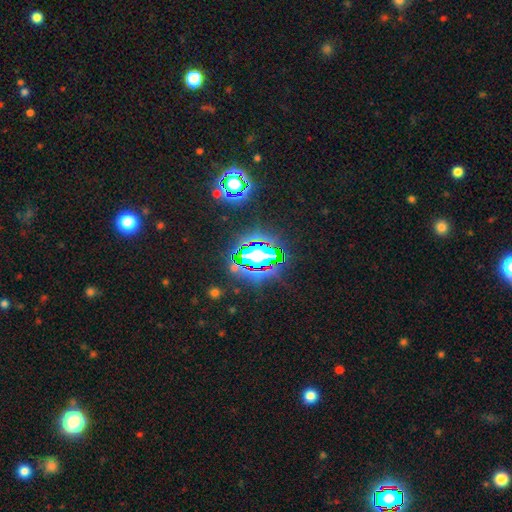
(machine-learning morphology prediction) A star or artifact, not a galaxy (66%).